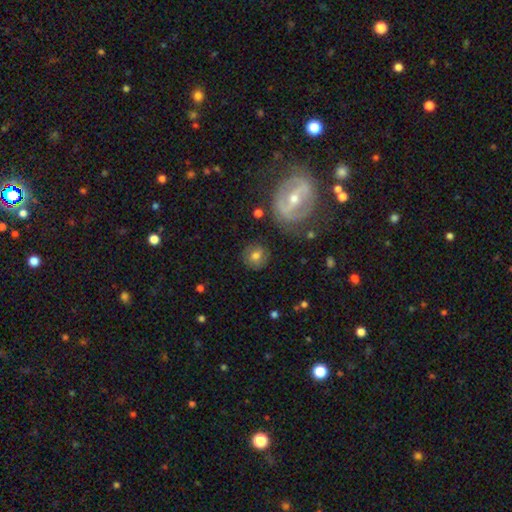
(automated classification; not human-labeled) Smooth or featured: smooth — 64% (featured or disk — 25%)
How rounded: round — 86% (in between — 13%)
Merging: none — 80% (minor disturbance — 12%)